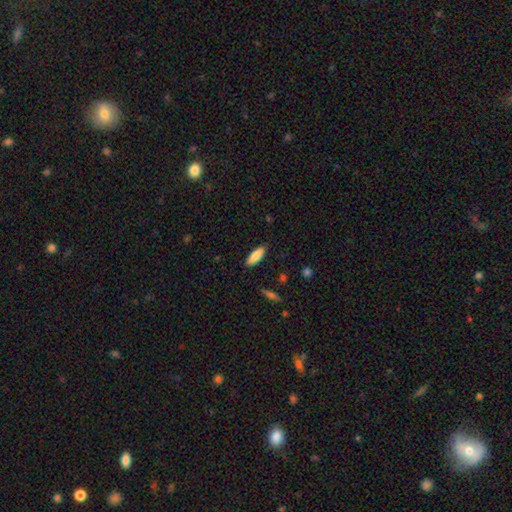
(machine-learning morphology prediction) This appears to be a smooth galaxy with no disk features (85%) that is in between round and cigar-shaped (59%). Merging: none (88%).